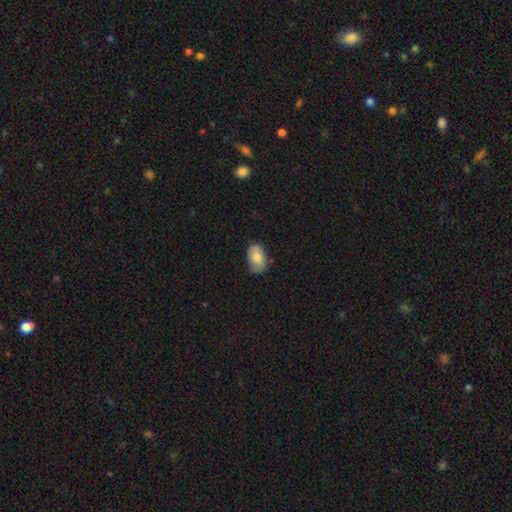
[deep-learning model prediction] smooth-or-featured: smooth: 70% | featured or disk: 22% | star or artifact: 8%
  how-rounded: in between: 88% | round: 10% | cigar-shaped: 1%
  merging: none: 64% | minor disturbance: 28% | major disturbance: 6% | merger: 1%